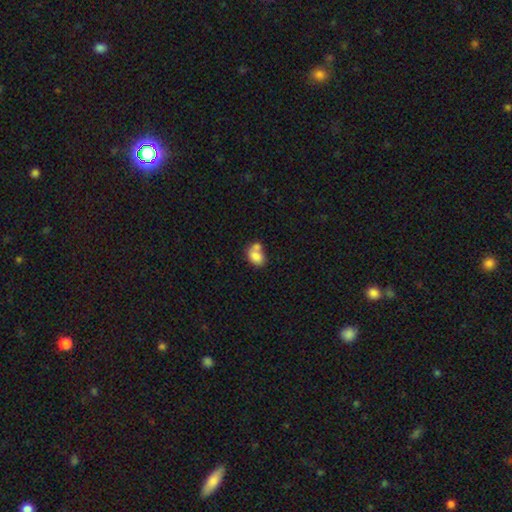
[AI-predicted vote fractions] Smooth or featured? smooth (78%)
How rounded? in between (76%)
Merging? merger (55%)